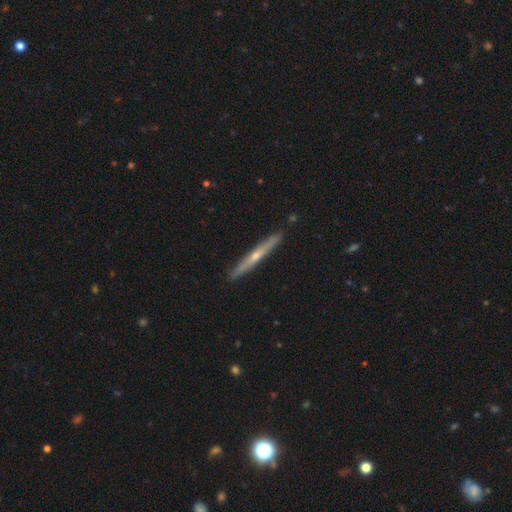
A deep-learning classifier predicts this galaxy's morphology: Smooth or featured?
  - featured or disk: 66% *
  - smooth: 29%
  - star or artifact: 6%
Edge-on disk?
  - yes: 97% *
  - no: 3%
Edge-on bulge?
  - rounded: 71% *
  - none: 27%
  - boxy: 3%
Merging?
  - none: 91% *
  - minor disturbance: 7%
  - major disturbance: 1%
  - merger: 1%